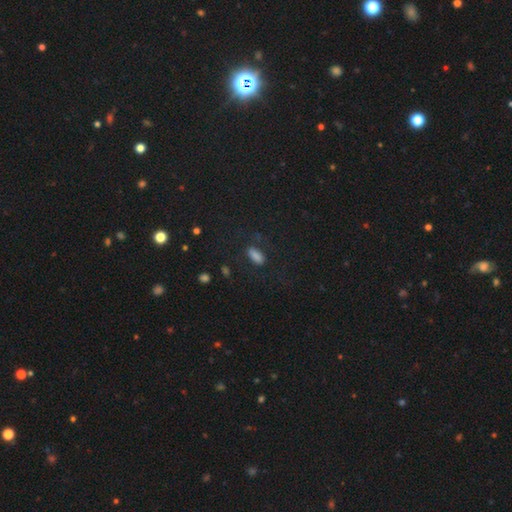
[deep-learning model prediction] smooth-or-featured: smooth: 71% | star or artifact: 19% | featured or disk: 10%
  how-rounded: in between: 74% | cigar-shaped: 19% | round: 7%
  merging: none: 78% | minor disturbance: 13% | major disturbance: 7% | merger: 2%